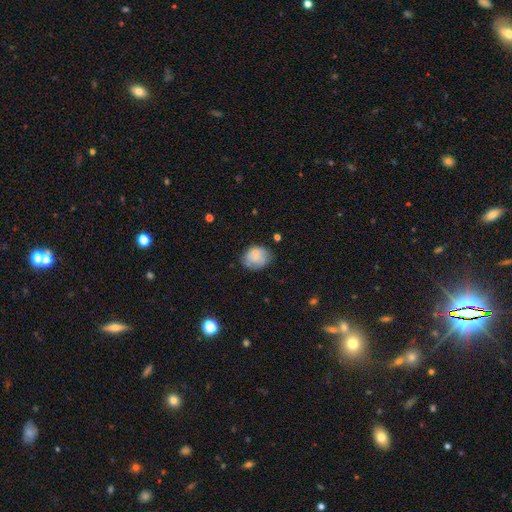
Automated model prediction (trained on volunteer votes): smooth_or_featured: smooth (p=0.76) [alt: featured or disk p=0.16]
how_rounded: in between (p=0.51) [alt: round p=0.48]
merging: none (p=0.62) [alt: minor disturbance p=0.26]